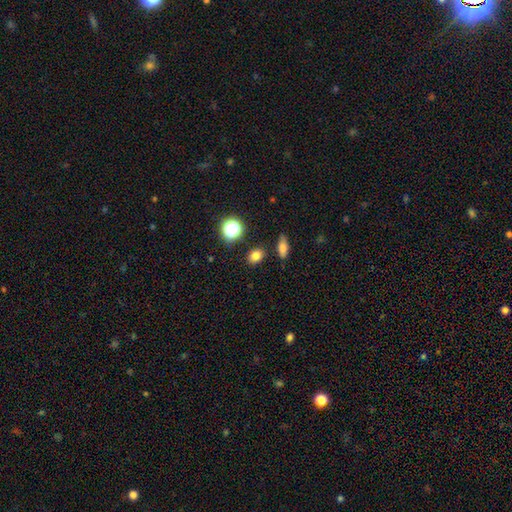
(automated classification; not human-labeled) Morphology: type=smooth (79%); roundness=in between (55%); merging=none (84%).